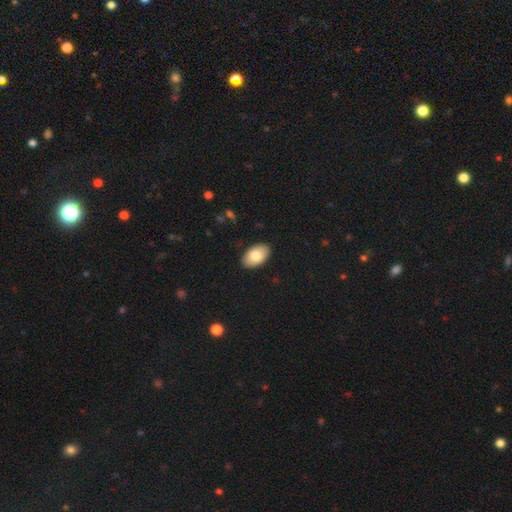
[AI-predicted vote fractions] Morphology: type=smooth (84%); roundness=in between (95%); merging=none (89%).